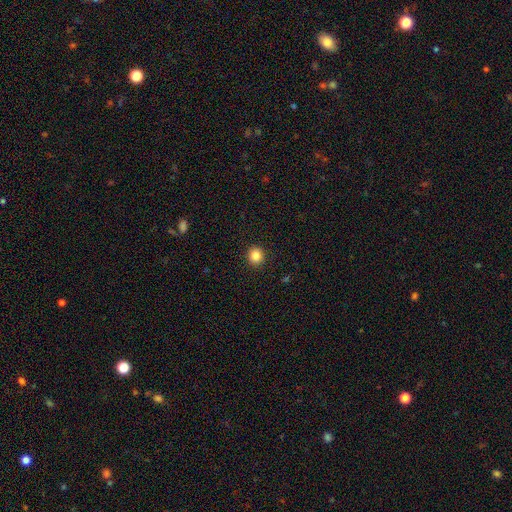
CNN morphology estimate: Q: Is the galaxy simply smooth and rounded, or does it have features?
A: smooth — 85%.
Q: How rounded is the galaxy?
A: round — 90%.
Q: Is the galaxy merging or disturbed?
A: none — 92%.